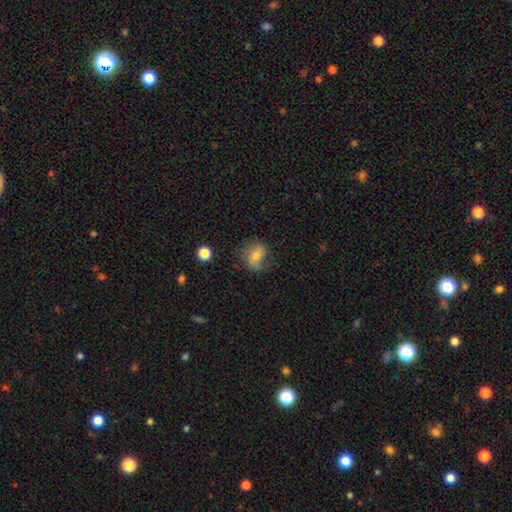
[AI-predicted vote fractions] The model was most divided on "how rounded": in between: 64%, round: 34%, cigar-shaped: 2%. More confident: smooth or featured — smooth (62%); merging — none (56%).